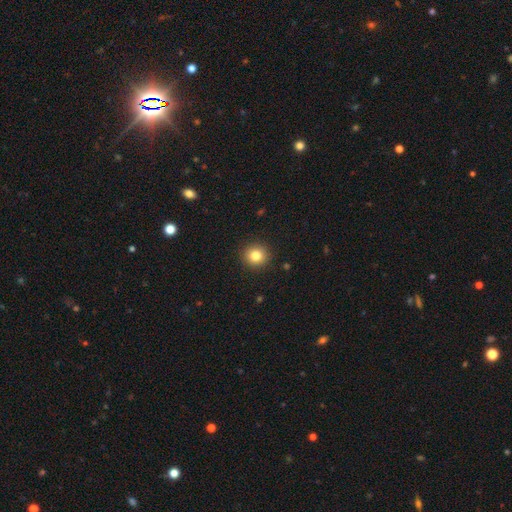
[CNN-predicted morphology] Smooth or featured? Predicted: smooth (p=0.82). How rounded? Predicted: round (p=0.92). Merging? Predicted: none (p=0.92).